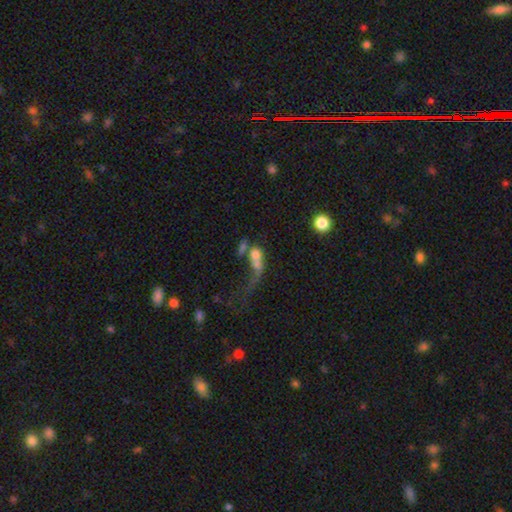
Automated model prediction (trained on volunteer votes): A smooth galaxy with no disk features (55%) that is in between round and cigar-shaped (59%). Merging: merger (53%).